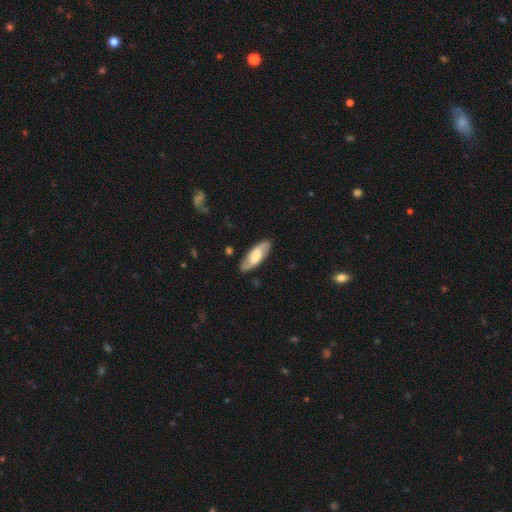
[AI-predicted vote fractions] Smooth or featured?
  - featured or disk: 48% *
  - smooth: 47%
  - star or artifact: 6%
Merging?
  - none: 86% *
  - minor disturbance: 10%
  - major disturbance: 2%
  - merger: 1%